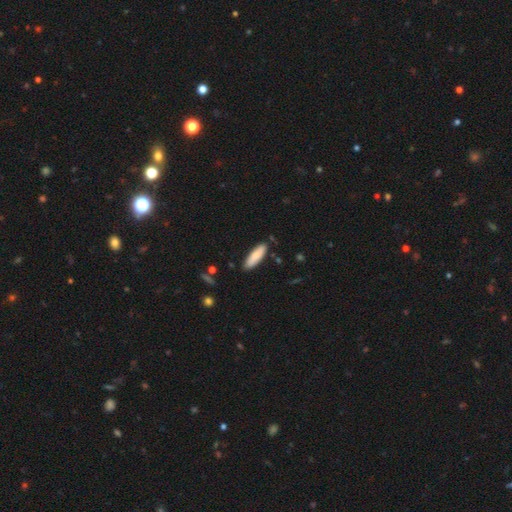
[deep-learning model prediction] smooth 84%, featured or disk 10%, star or artifact 6%. Down the decision tree: how rounded — cigar-shaped (55%); merging — none (86%).